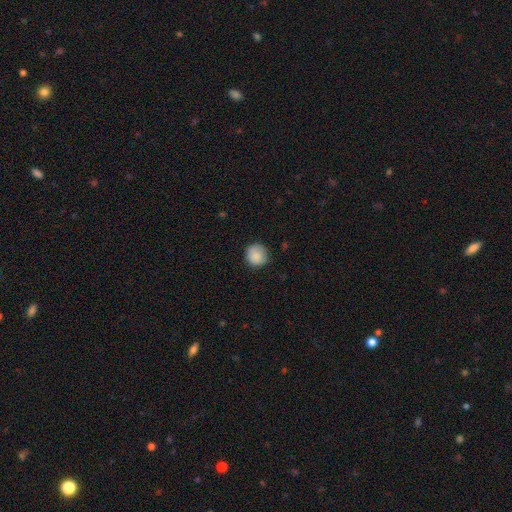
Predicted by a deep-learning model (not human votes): Smooth or featured?
  - smooth: 87% *
  - star or artifact: 7%
  - featured or disk: 6%
How rounded?
  - round: 92% *
  - in between: 7%
  - cigar-shaped: 1%
Merging?
  - none: 83% *
  - minor disturbance: 13%
  - major disturbance: 3%
  - merger: 1%